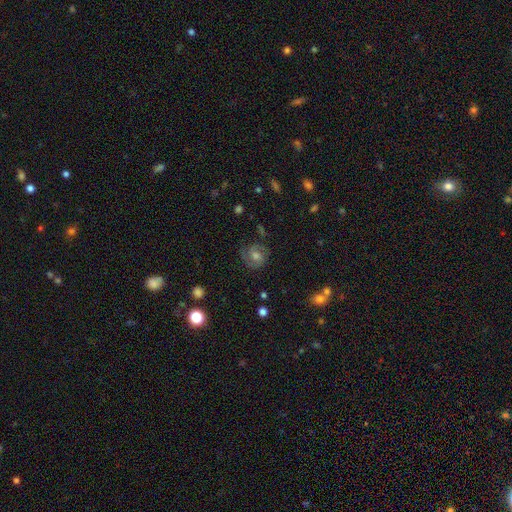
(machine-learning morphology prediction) This is likely a featured or disk galaxy (66%). It is clearly not viewed edge-on (97%). Bar: likely no (62%). Spiral arm pattern: clearly yes (90%). Spiral arm count: likely 2 (72%). Spiral winding: possibly tight (52%). Central bulge: likely moderate (67%). Merging: likely none (79%).